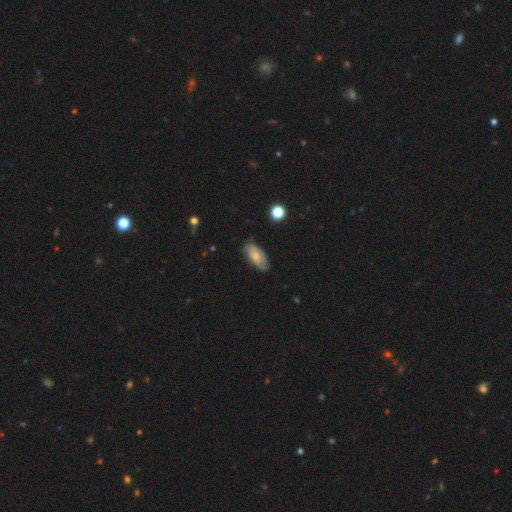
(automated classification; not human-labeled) smooth-or-featured: smooth: 65% | featured or disk: 28% | star or artifact: 7%
  how-rounded: in between: 90% | cigar-shaped: 6% | round: 3%
  merging: none: 74% | minor disturbance: 21% | major disturbance: 4% | merger: 1%